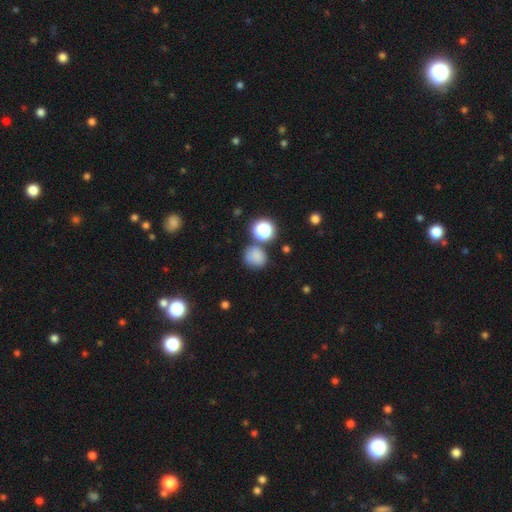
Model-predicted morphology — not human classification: Smooth or featured? smooth (76%)
How rounded? round (77%)
Merging? none (65%)